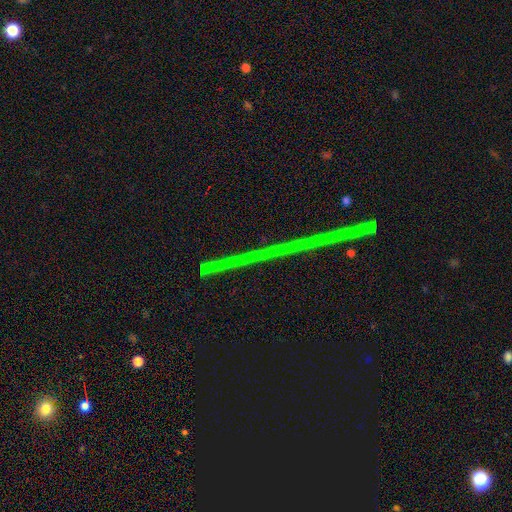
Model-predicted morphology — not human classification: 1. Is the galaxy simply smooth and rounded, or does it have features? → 82% star or artifact, 12% featured or disk, 6% smooth.